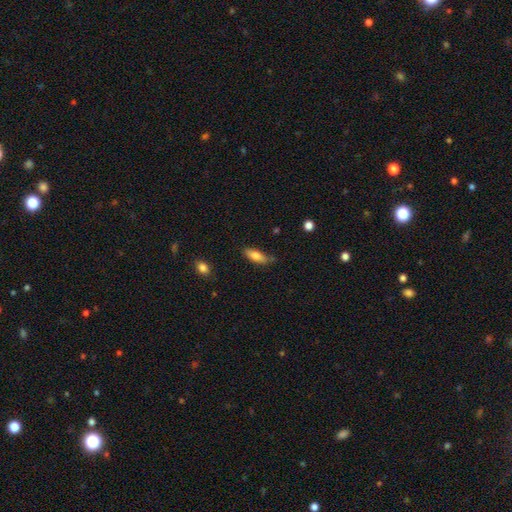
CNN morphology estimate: Q: Smooth or featured?
A: smooth (76%); runner-up: featured or disk (17%)
Q: How rounded?
A: in between (66%); runner-up: cigar-shaped (32%)
Q: Merging?
A: none (65%); runner-up: minor disturbance (27%)